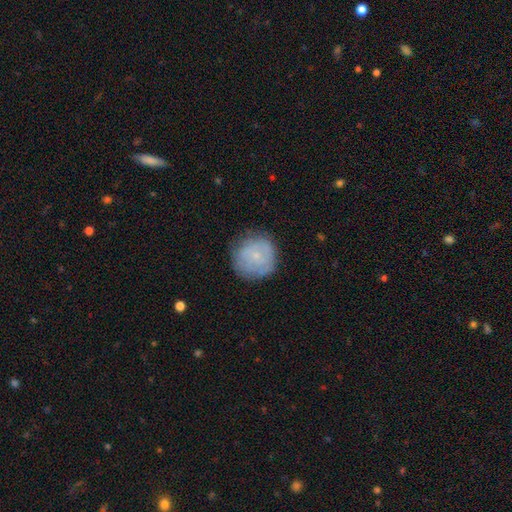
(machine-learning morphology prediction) Smooth or featured: smooth — 57% (featured or disk — 34%)
How rounded: round — 93% (in between — 6%)
Merging: none — 75% (minor disturbance — 17%)